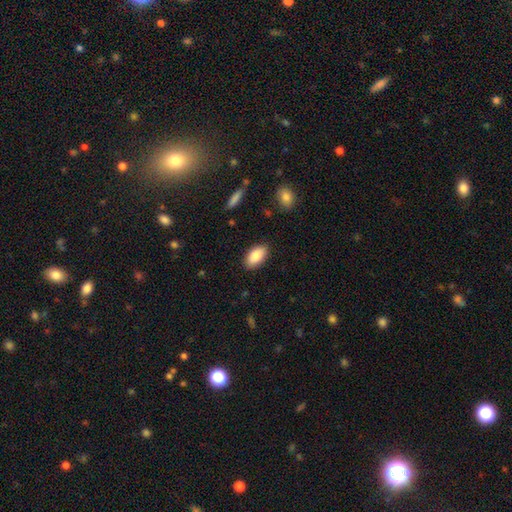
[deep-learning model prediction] smooth 86%, star or artifact 7%, featured or disk 7%. Down the decision tree: how rounded — in between (94%); merging — none (87%).